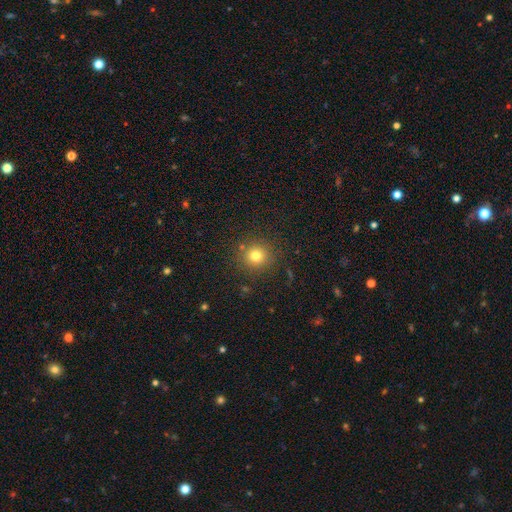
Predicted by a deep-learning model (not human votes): This appears to be a smooth galaxy with no disk features (76%) that is round (93%). Merging: none (86%).